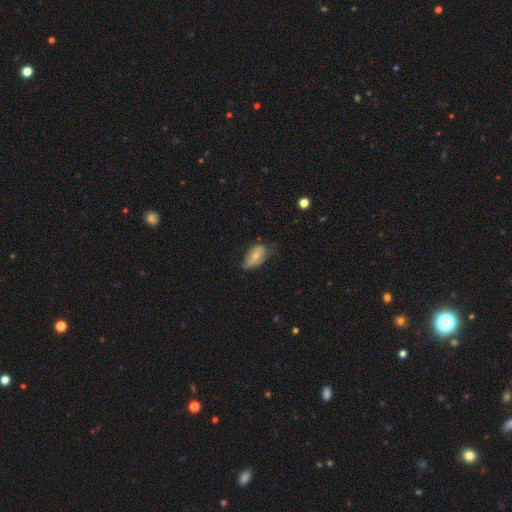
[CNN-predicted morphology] A smooth galaxy with no disk features (61%) that is in between round and cigar-shaped (91%).

Vote fractions:
- Smooth or featured? smooth: 61% / featured or disk: 32% / star or artifact: 8%
- How rounded? in between: 91% / round: 6% / cigar-shaped: 3%
- Merging? none: 46% / minor disturbance: 40% / major disturbance: 12% / merger: 2%